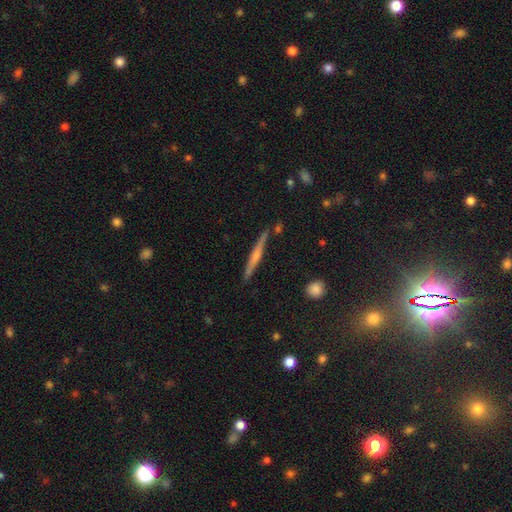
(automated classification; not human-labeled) This is likely a featured or disk galaxy (63%). It is clearly viewed edge-on (97%). Edge-on bulge: likely rounded (66%). Merging: clearly none (85%).